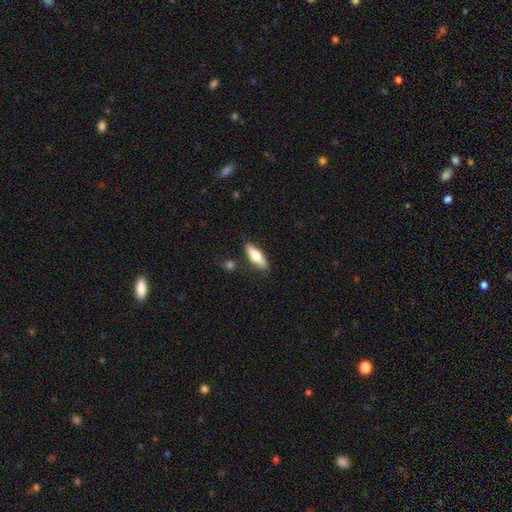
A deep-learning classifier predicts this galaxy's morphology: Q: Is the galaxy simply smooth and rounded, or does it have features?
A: smooth — 66%.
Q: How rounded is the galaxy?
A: in between — 55%.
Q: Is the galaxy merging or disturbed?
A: none — 82%.